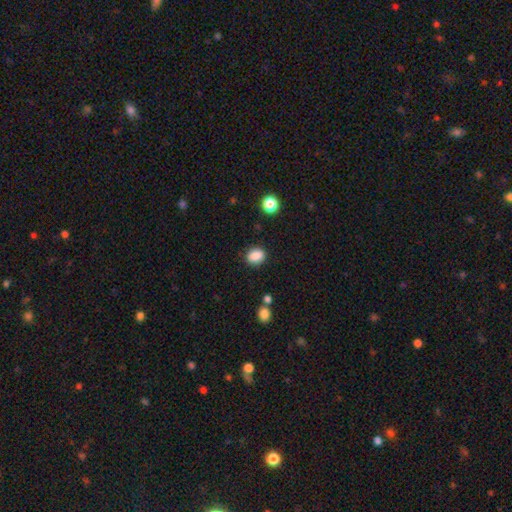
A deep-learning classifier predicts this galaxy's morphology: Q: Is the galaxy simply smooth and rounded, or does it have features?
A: smooth — 87%.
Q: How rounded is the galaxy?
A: in between — 59%.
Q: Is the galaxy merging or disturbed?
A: none — 85%.